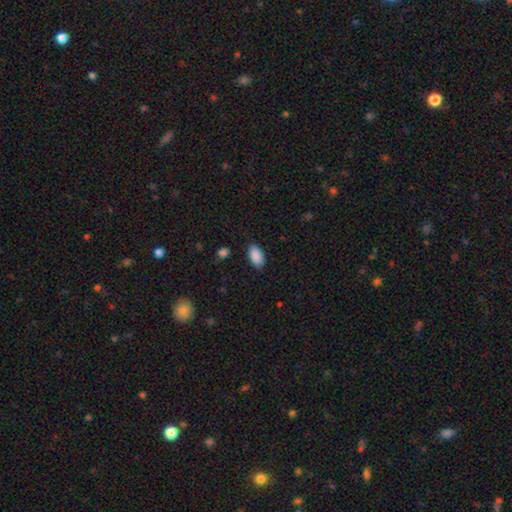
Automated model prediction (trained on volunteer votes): Morphology: type=smooth (90%); roundness=in between (95%); merging=none (86%).